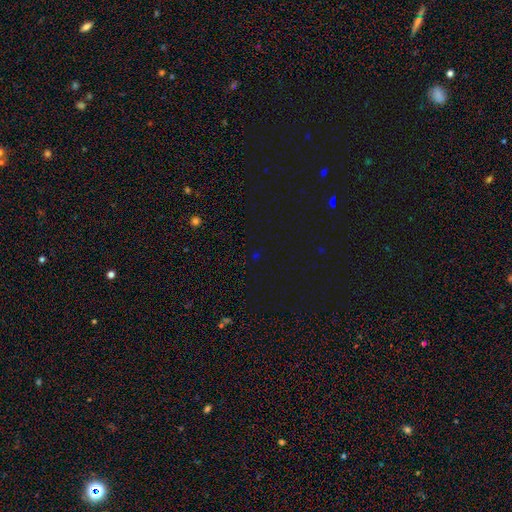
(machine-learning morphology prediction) A star or artifact, not a galaxy (69%).

Vote fractions:
- Smooth or featured? star or artifact: 69% / smooth: 24% / featured or disk: 6%